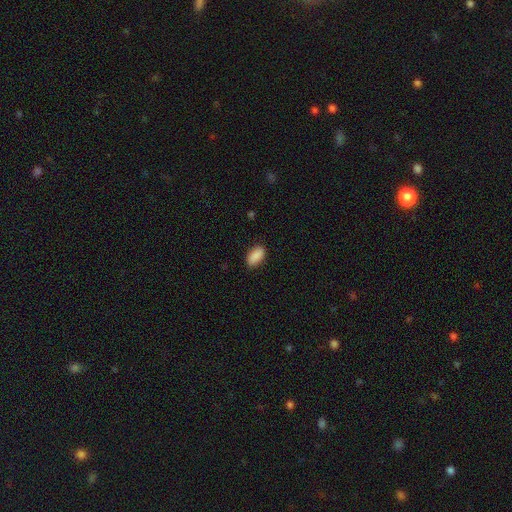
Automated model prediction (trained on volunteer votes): Smooth or featured: smooth — 90% (star or artifact — 7%)
How rounded: in between — 93% (cigar-shaped — 4%)
Merging: none — 86% (minor disturbance — 11%)